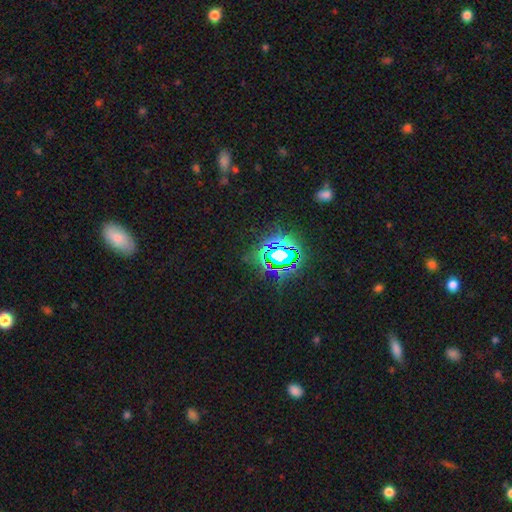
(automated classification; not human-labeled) Smooth or featured?
  - star or artifact: 80% *
  - smooth: 12%
  - featured or disk: 8%